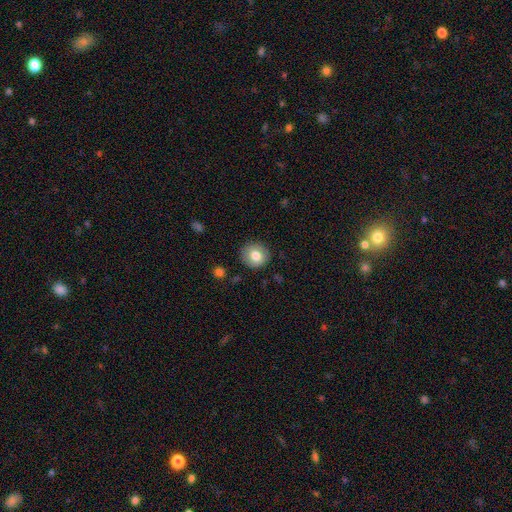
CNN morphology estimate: Smooth or featured? smooth (78%)
How rounded? round (87%)
Merging? none (88%)